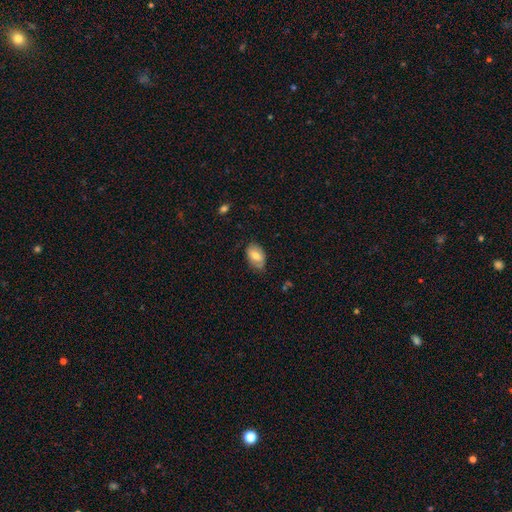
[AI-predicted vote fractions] Q: Smooth or featured?
A: smooth (68%); runner-up: featured or disk (25%)
Q: How rounded?
A: in between (90%); runner-up: round (8%)
Q: Merging?
A: none (71%); runner-up: minor disturbance (23%)